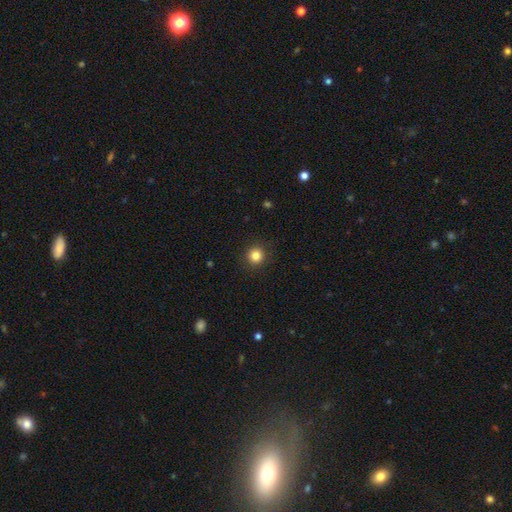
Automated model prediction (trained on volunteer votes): This appears to be a smooth galaxy with no disk features (84%) that is round (94%). Merging: none (92%).